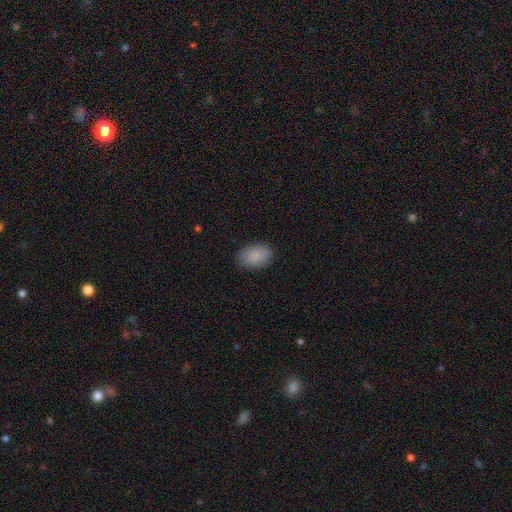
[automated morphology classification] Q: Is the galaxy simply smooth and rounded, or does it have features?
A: smooth — 88%.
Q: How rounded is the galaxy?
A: in between — 88%.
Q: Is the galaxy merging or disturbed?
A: none — 86%.